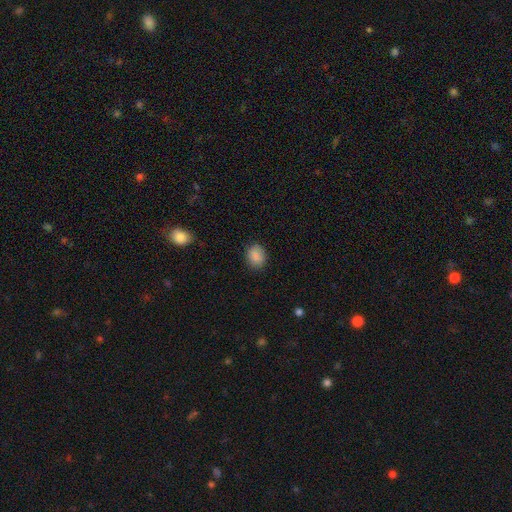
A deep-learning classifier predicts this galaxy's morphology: Smooth or featured?
  - smooth: 87% *
  - star or artifact: 8%
  - featured or disk: 4%
How rounded?
  - round: 55% *
  - in between: 44%
  - cigar-shaped: 1%
Merging?
  - none: 87% *
  - minor disturbance: 10%
  - major disturbance: 3%
  - merger: 1%